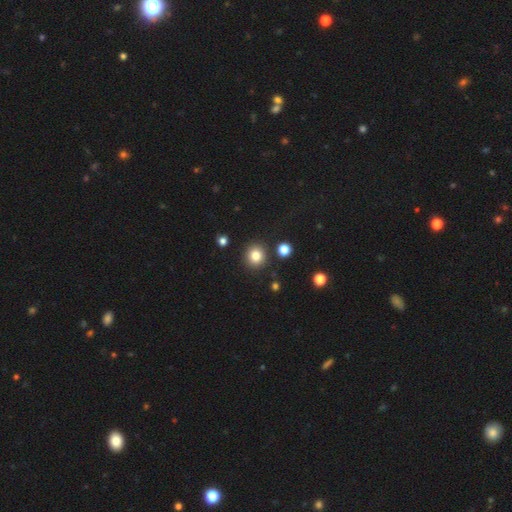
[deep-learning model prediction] smooth-or-featured: smooth: 82% | star or artifact: 12% | featured or disk: 6%
  how-rounded: round: 89% | in between: 10% | cigar-shaped: 1%
  merging: none: 89% | minor disturbance: 6% | merger: 3% | major disturbance: 2%